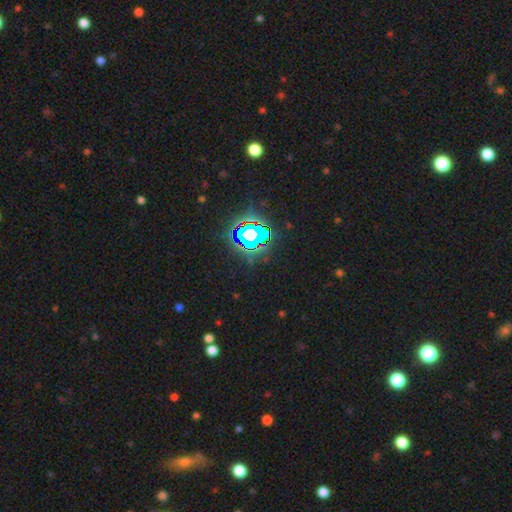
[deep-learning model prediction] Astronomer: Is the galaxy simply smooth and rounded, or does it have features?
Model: star or artifact — 84%.